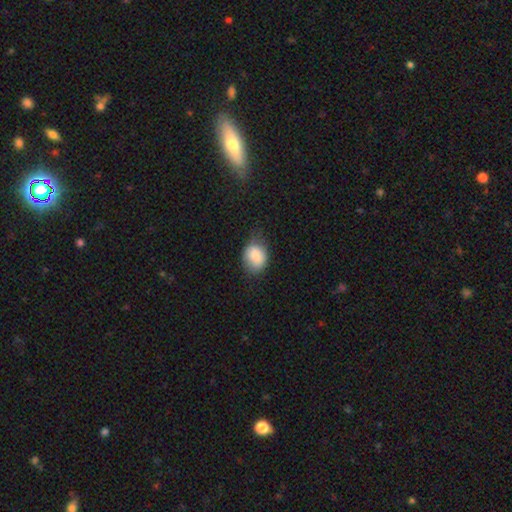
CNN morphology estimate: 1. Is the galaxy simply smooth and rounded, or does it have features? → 85% smooth, 8% star or artifact, 7% featured or disk.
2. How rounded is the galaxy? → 55% in between, 44% round, 1% cigar-shaped.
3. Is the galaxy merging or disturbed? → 56% none, 33% minor disturbance, 9% major disturbance, 2% merger.